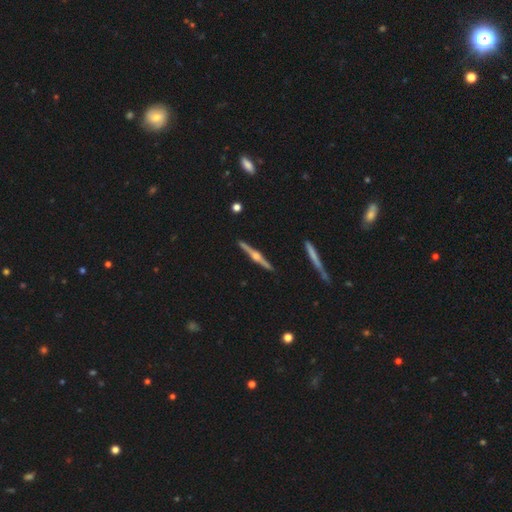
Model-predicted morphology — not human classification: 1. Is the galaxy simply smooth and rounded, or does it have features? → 85% featured or disk, 10% smooth, 5% star or artifact.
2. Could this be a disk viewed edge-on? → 98% yes, 2% no.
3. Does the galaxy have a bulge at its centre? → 91% rounded, 6% boxy, 3% none.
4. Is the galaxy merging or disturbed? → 91% none, 6% minor disturbance, 1% merger, 1% major disturbance.